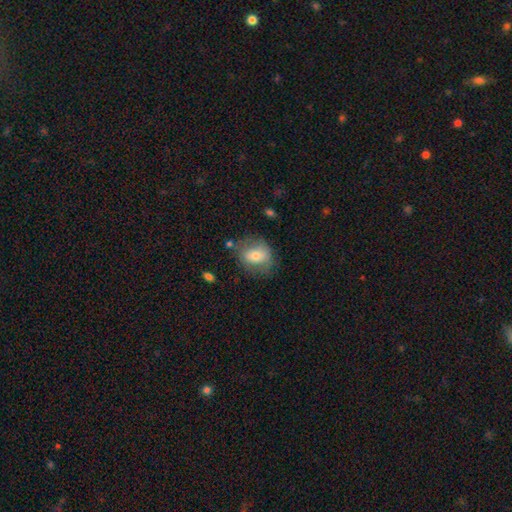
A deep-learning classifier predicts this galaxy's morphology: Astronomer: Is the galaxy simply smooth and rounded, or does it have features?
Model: smooth — 68%.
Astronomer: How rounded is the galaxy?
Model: round — 51% (runner-up: in between, 48%).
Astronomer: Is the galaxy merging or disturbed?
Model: none — 62%.